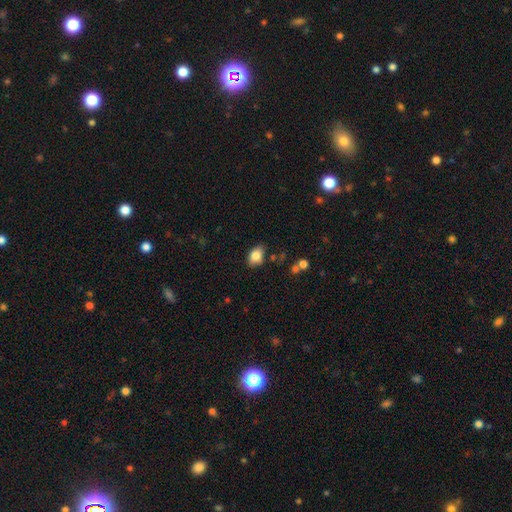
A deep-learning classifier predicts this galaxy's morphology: Q: Smooth or featured?
A: smooth (83%); runner-up: star or artifact (8%)
Q: How rounded?
A: in between (82%); runner-up: round (17%)
Q: Merging?
A: none (78%); runner-up: minor disturbance (16%)